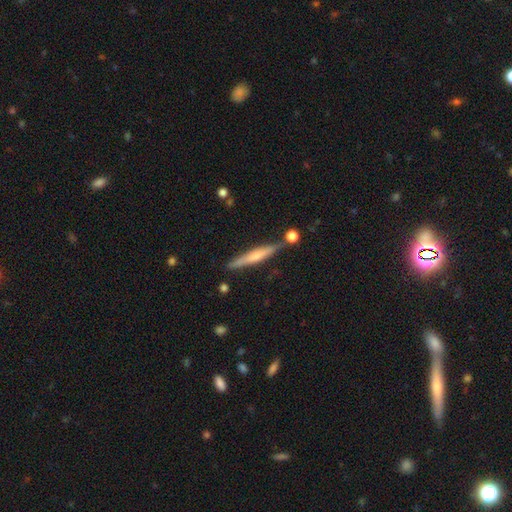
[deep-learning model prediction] featured or disk 51%, smooth 43%, star or artifact 6%. Down the decision tree: edge-on disk — yes (95%); merging — none (77%).